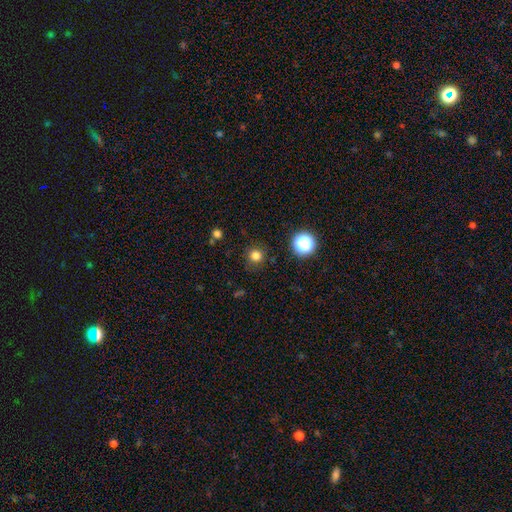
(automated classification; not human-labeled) The model was most divided on "smooth or featured": smooth: 79%, star or artifact: 16%, featured or disk: 5%. More confident: how rounded — round (93%); merging — none (87%).